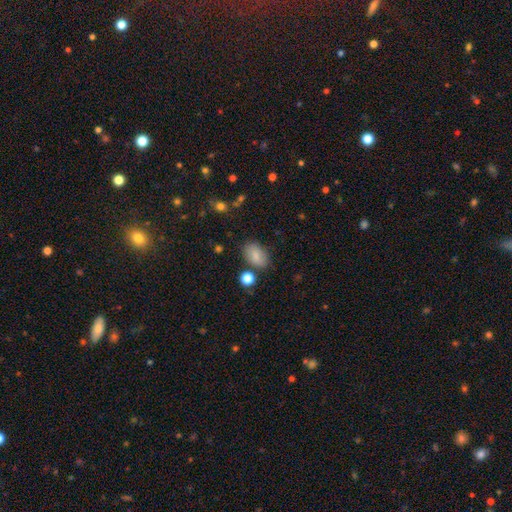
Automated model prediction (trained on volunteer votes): smooth-or-featured: smooth: 84% | star or artifact: 8% | featured or disk: 7%
  how-rounded: in between: 89% | round: 10% | cigar-shaped: 1%
  merging: none: 77% | minor disturbance: 14% | merger: 5% | major disturbance: 4%